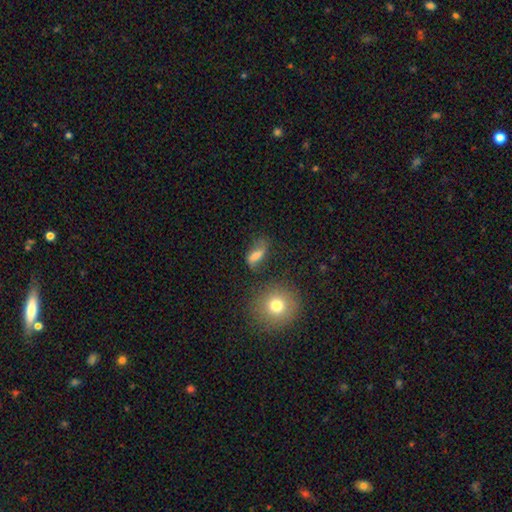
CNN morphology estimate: smooth 63%, featured or disk 24%, star or artifact 13%. Down the decision tree: how rounded — in between (68%); merging — none (56%).